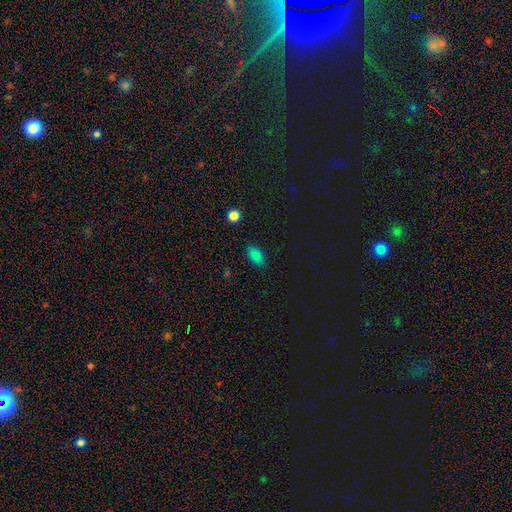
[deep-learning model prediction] The model was most divided on "smooth or featured": smooth: 82%, star or artifact: 13%, featured or disk: 6%. More confident: how rounded — in between (90%); merging — none (86%).